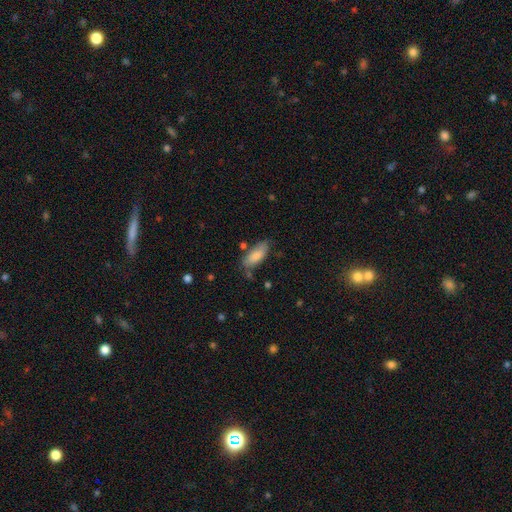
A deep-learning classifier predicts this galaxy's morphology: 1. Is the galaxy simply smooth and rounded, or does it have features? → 81% smooth, 13% featured or disk, 6% star or artifact.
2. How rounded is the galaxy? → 79% in between, 20% cigar-shaped, 2% round.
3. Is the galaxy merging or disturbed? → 68% none, 21% minor disturbance, 6% merger, 5% major disturbance.